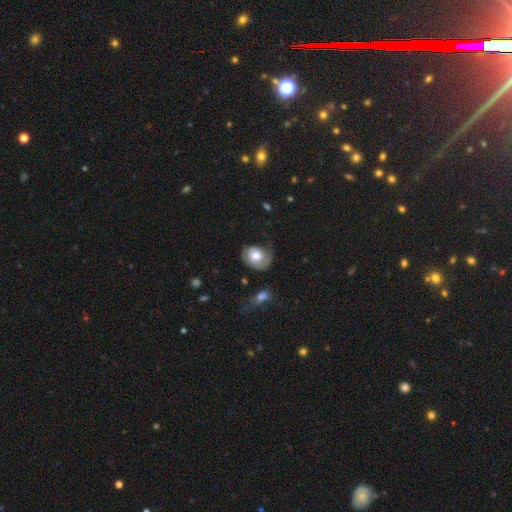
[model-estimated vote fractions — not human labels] Morphology: type=smooth (52%); roundness=round (51%); merging=none (47%).